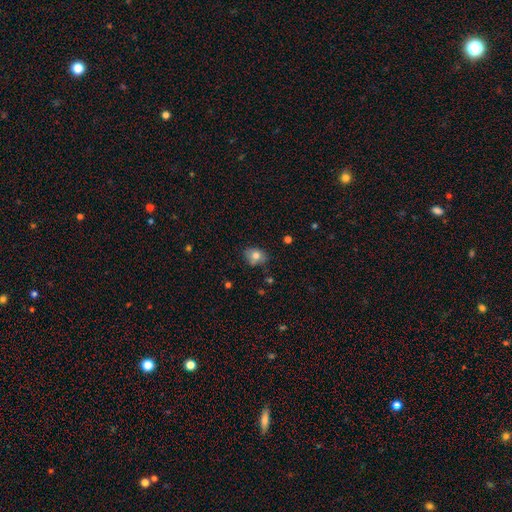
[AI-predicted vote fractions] A smooth galaxy with no disk features (77%) that is in between round and cigar-shaped (50%).

Vote fractions:
- Smooth or featured? smooth: 77% / featured or disk: 13% / star or artifact: 10%
- How rounded? in between: 50% / round: 49% / cigar-shaped: 1%
- Merging? none: 70% / minor disturbance: 23% / major disturbance: 5% / merger: 3%